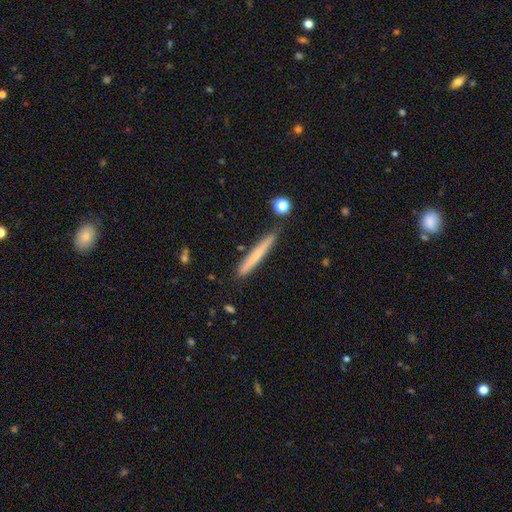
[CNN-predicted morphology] Overall: smooth (64%; featured or disk 29%). How rounded: cigar-shaped (96%). Merging: none (84%).